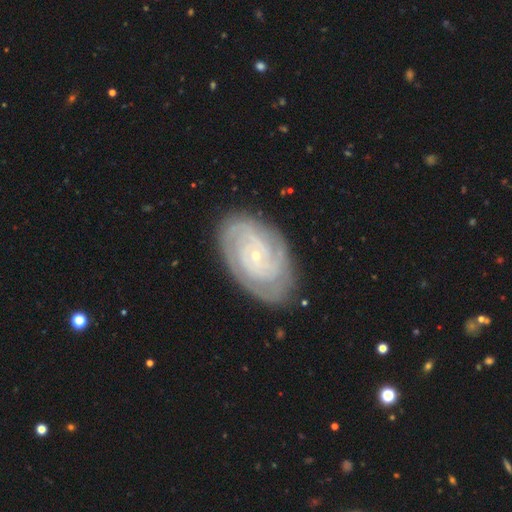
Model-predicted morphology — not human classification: Smooth or featured?
  - featured or disk: 86% *
  - smooth: 8%
  - star or artifact: 6%
Edge-on disk?
  - no: 96% *
  - yes: 4%
Bar?
  - no: 73% *
  - weak: 21%
  - strong: 7%
Spiral arms?
  - yes: 96% *
  - no: 4%
Spiral winding?
  - tight: 78% *
  - medium: 19%
  - loose: 3%
Spiral arm count?
  - 2: 37% *
  - can't tell: 23%
  - 3: 19%
  - 4: 10%
  - more than 4: 6%
  - 1: 5%
Bulge size?
  - small: 86% *
  - moderate: 10%
  - none: 2%
  - large: 1%
  - dominant: 1%
Merging?
  - none: 81% *
  - minor disturbance: 14%
  - major disturbance: 4%
  - merger: 1%